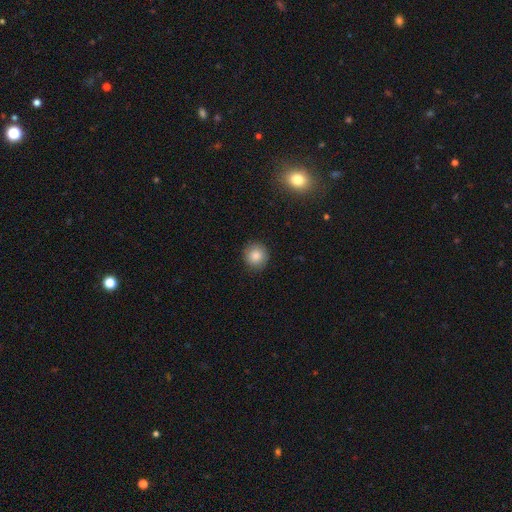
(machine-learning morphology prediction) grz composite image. It shows a smooth galaxy with no disk features (85%) that is round (92%). Merging: none (90%).